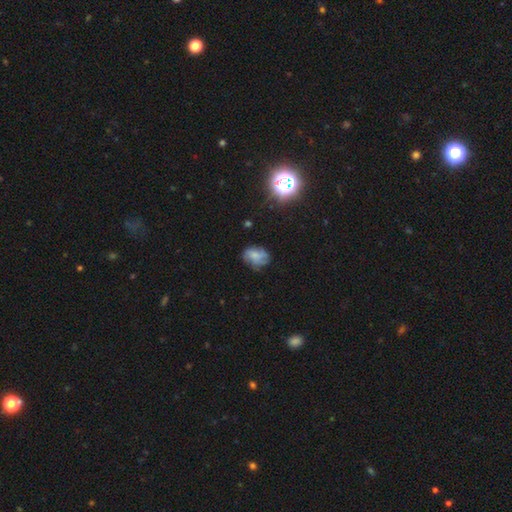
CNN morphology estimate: smooth-or-featured: smooth: 46% | featured or disk: 39% | star or artifact: 15%
  merging: none: 62% | minor disturbance: 25% | major disturbance: 11% | merger: 2%